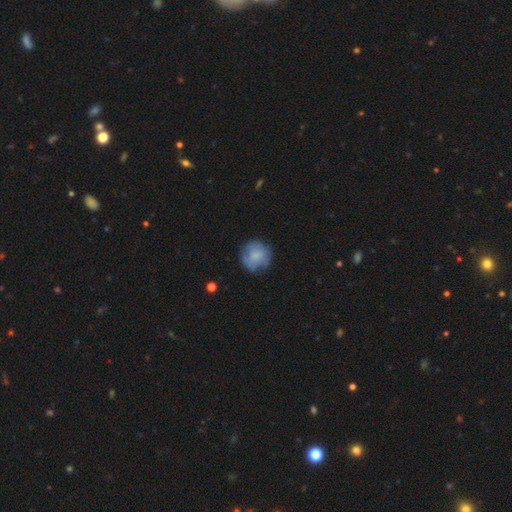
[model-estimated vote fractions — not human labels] smooth_or_featured: smooth (p=0.65) [alt: featured or disk p=0.26]
how_rounded: round (p=0.88) [alt: in between p=0.11]
merging: none (p=0.69) [alt: minor disturbance p=0.20]